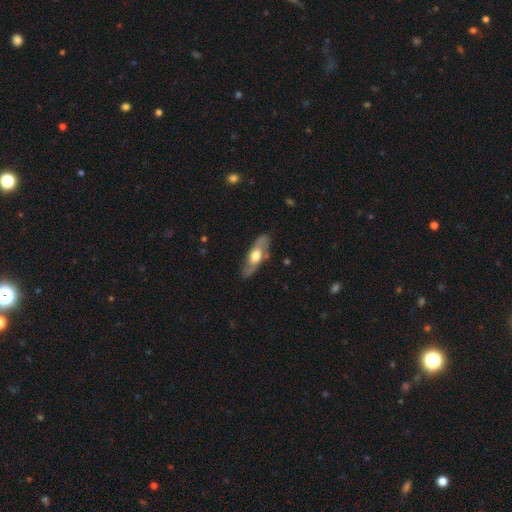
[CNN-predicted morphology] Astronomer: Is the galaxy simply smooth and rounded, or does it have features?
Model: featured or disk — 59% (runner-up: smooth, 36%).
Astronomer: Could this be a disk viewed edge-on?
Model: no — 67%.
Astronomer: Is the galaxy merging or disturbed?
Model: none — 79%.